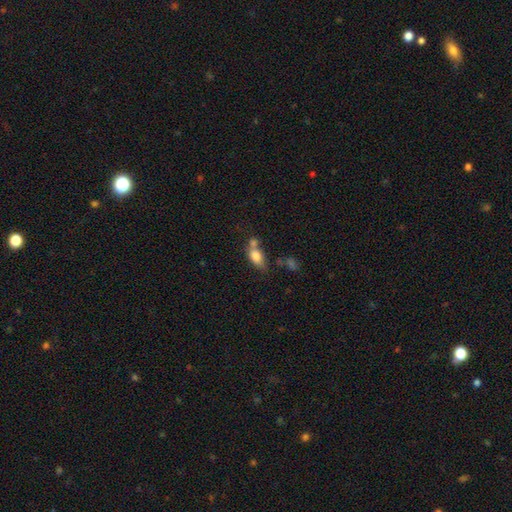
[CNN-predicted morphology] smooth_or_featured: smooth (p=0.78) [alt: featured or disk p=0.13]
how_rounded: in between (p=0.82) [alt: round p=0.10]
merging: merger (p=0.40) [alt: none p=0.35]